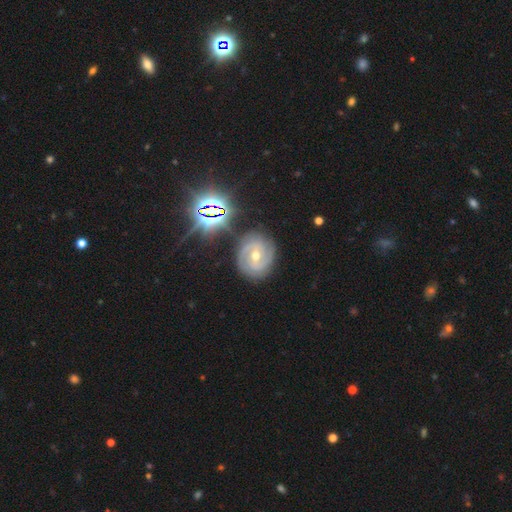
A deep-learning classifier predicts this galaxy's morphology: A featured or disk galaxy (78%) with a weak bar (44%), 2 (65%) tight (62%) spiral arms (96%) and a moderate central bulge (55%). Merging: none (82%).